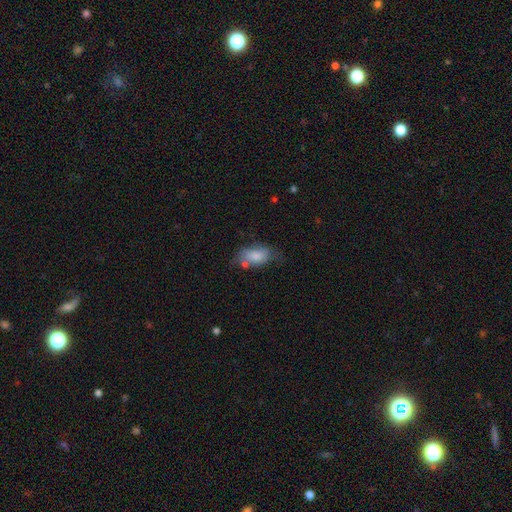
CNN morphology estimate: type=smooth (78%); roundness=in between (91%); merging=none (49%).